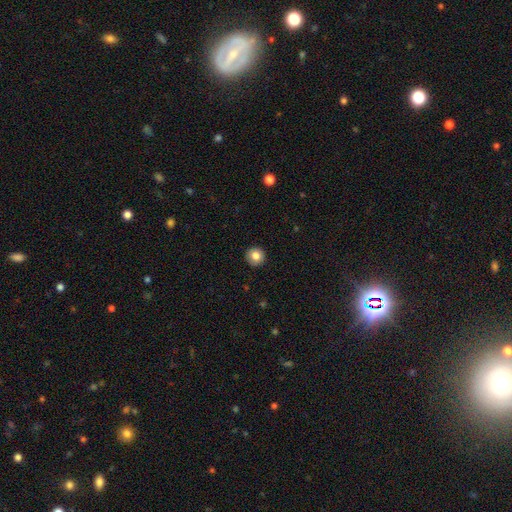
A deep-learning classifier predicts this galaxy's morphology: Smooth or featured? smooth (83%)
How rounded? round (95%)
Merging? none (93%)